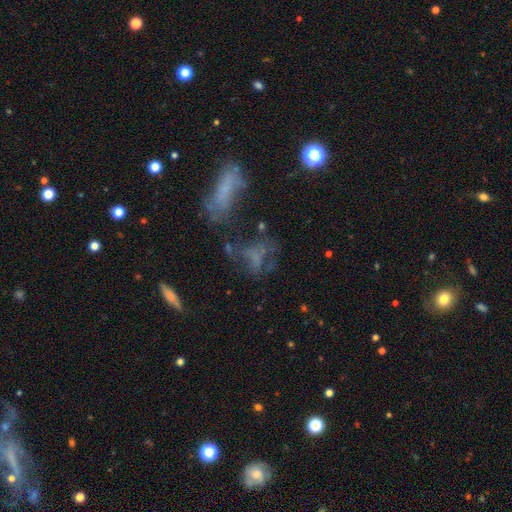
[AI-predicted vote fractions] Smooth or featured?
  - smooth: 40% *
  - featured or disk: 37%
  - star or artifact: 23%
Merging?
  - none: 40% *
  - major disturbance: 26%
  - merger: 19%
  - minor disturbance: 16%